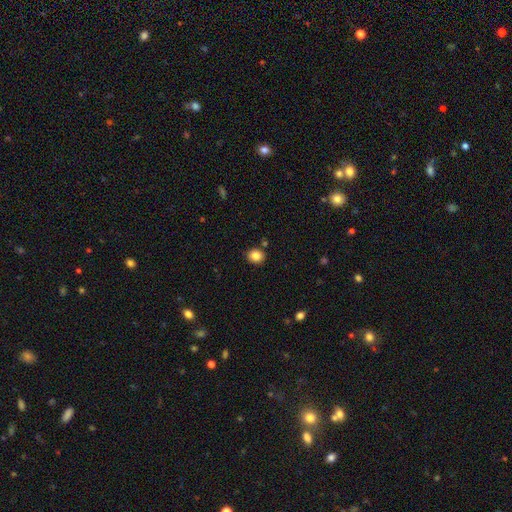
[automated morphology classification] This appears to be a smooth galaxy with no disk features (84%) that is round (76%). Merging: none (87%).